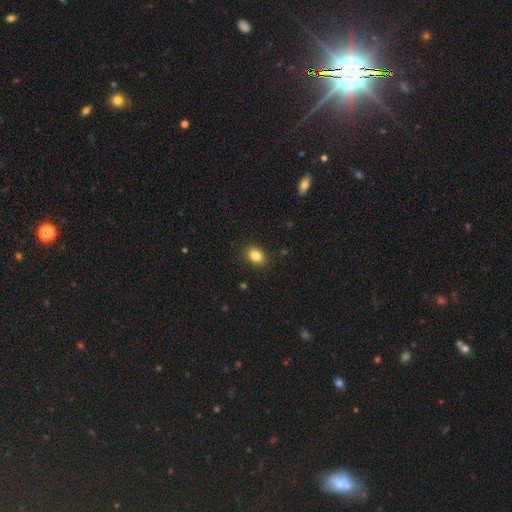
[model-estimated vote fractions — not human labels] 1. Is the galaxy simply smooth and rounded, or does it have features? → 84% smooth, 10% star or artifact, 6% featured or disk.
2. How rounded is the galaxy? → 70% in between, 28% round, 1% cigar-shaped.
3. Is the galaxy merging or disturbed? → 88% none, 9% minor disturbance, 2% major disturbance, 1% merger.